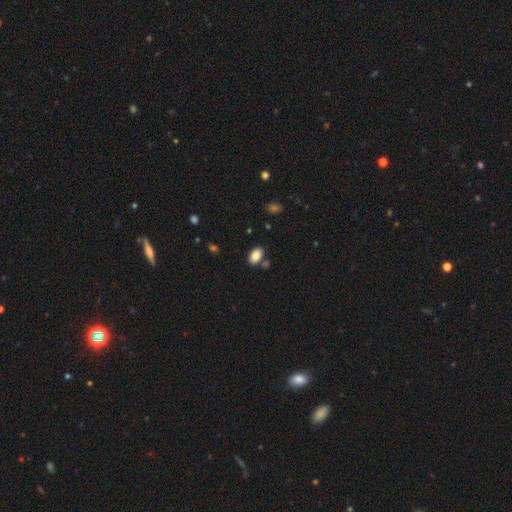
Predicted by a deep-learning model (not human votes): Smooth or featured? smooth (87%)
How rounded? in between (91%)
Merging? none (76%)